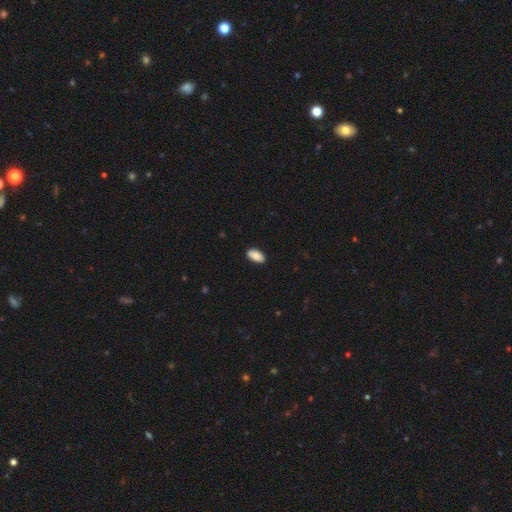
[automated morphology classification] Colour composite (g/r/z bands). It shows a smooth galaxy with no disk features (89%) that is in between round and cigar-shaped (95%). Merging: none (87%).